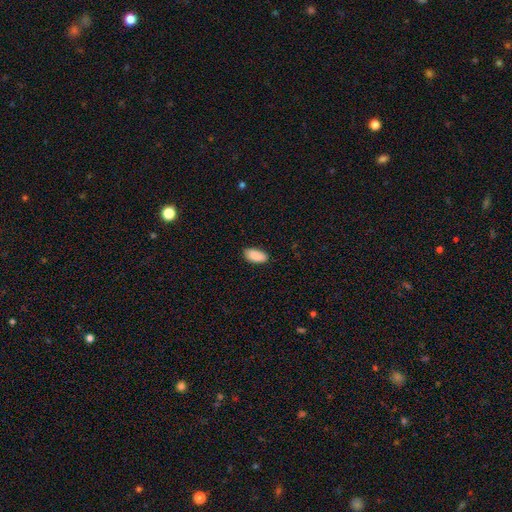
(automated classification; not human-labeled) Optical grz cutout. It shows a smooth galaxy with no disk features (90%) that is in between round and cigar-shaped (94%). Merging: none (87%).